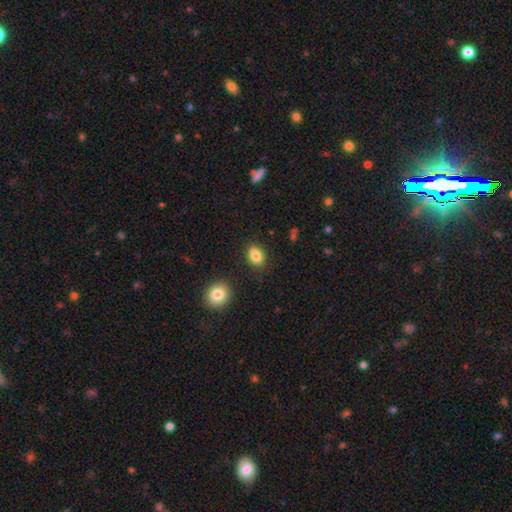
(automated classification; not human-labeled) This is clearly a smooth galaxy (84%). How rounded: likely in between (72%). Merging: clearly none (83%).